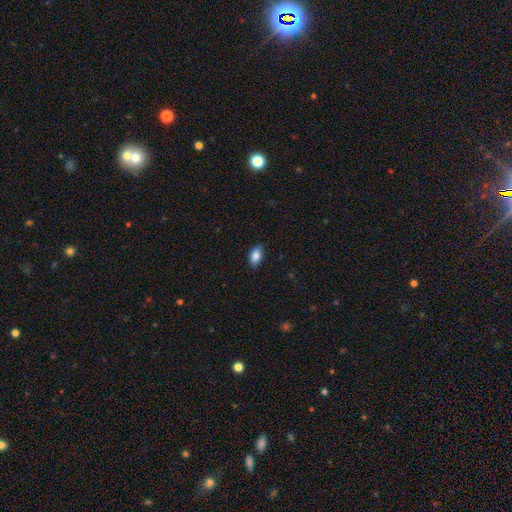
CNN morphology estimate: This is clearly a smooth galaxy (86%). How rounded: clearly in between (91%). Merging: clearly none (84%).